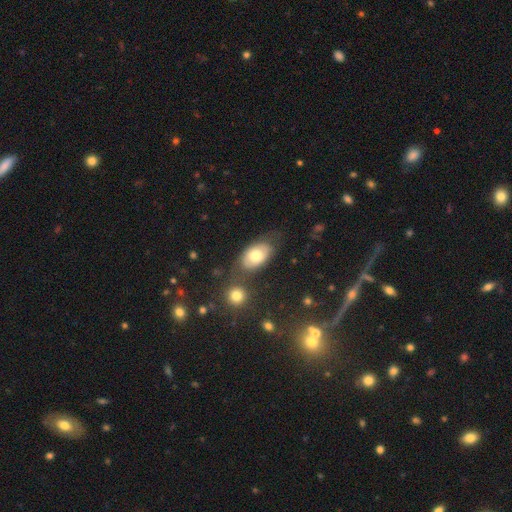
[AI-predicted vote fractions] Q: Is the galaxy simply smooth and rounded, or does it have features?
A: smooth — 64%.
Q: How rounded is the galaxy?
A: in between — 89%.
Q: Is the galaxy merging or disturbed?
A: none — 64%.